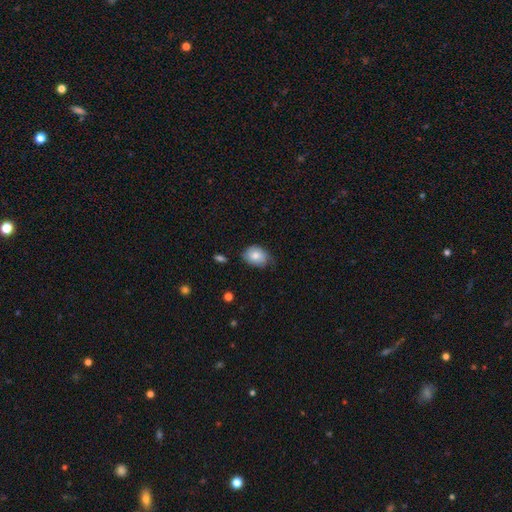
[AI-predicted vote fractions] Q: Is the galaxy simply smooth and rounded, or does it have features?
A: smooth — 78%.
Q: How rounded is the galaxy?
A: in between — 64%.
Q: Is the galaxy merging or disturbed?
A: none — 62%.